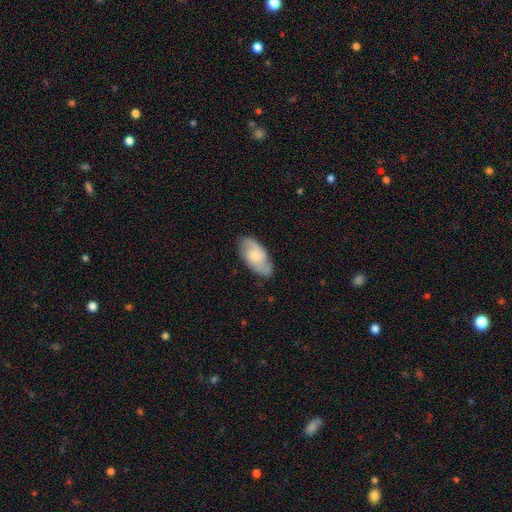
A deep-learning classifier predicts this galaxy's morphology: A featured or disk galaxy (55%) with no bar (65%), spiral arms (87%) and a moderate central bulge (45%). Merging: none (76%).